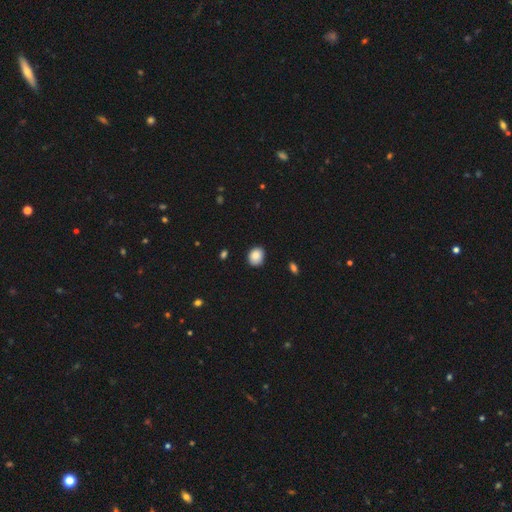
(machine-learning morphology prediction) Smooth or featured? Predicted: smooth (p=0.88). How rounded? Predicted: round (p=0.57). Merging? Predicted: none (p=0.85).